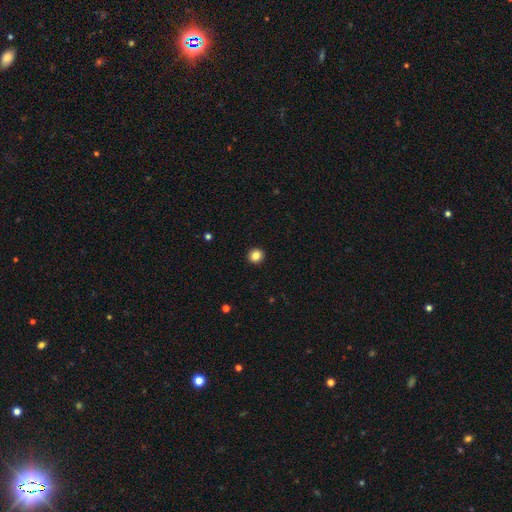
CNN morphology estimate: smooth_or_featured: smooth (p=0.85) [alt: star or artifact p=0.10]
how_rounded: round (p=0.92) [alt: in between p=0.07]
merging: none (p=0.93) [alt: minor disturbance p=0.04]